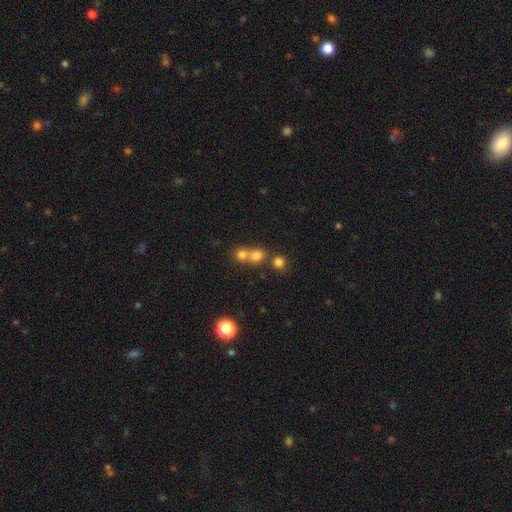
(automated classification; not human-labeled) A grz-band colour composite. It shows a smooth galaxy with no disk features (72%) that is round (81%). Merging: merger (52%).